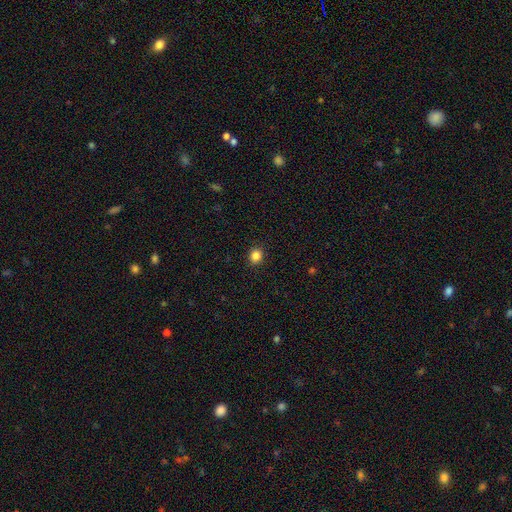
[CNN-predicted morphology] type=smooth (85%); roundness=round (71%); merging=none (91%).